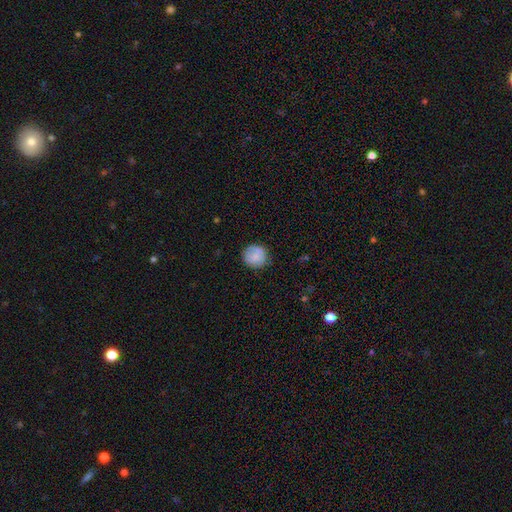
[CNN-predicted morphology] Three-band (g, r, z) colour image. It shows a smooth galaxy with no disk features (78%) that is round (92%). Merging: none (82%).